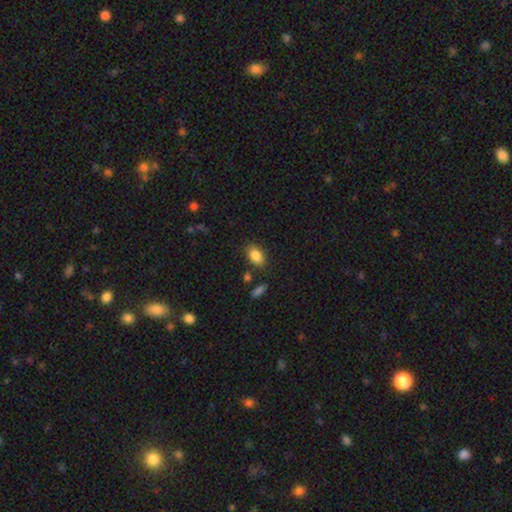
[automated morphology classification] Smooth or featured?
  - smooth: 86% *
  - star or artifact: 8%
  - featured or disk: 6%
How rounded?
  - in between: 89% *
  - round: 9%
  - cigar-shaped: 2%
Merging?
  - none: 82% *
  - minor disturbance: 11%
  - merger: 4%
  - major disturbance: 3%